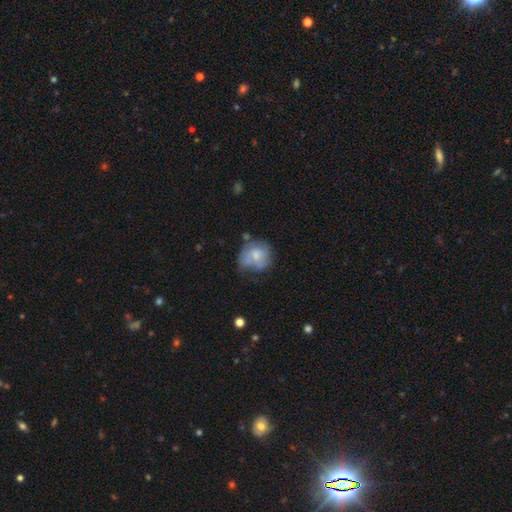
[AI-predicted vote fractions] A smooth galaxy with no disk features (56%) that is round (72%). Merging: none (42%).